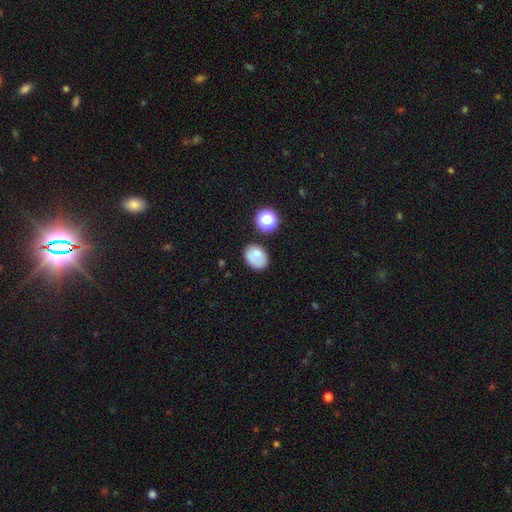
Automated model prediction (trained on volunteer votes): Smooth or featured?
  - smooth: 74% *
  - featured or disk: 16%
  - star or artifact: 11%
How rounded?
  - in between: 62% *
  - round: 37%
  - cigar-shaped: 1%
Merging?
  - none: 63% *
  - minor disturbance: 21%
  - merger: 9%
  - major disturbance: 7%